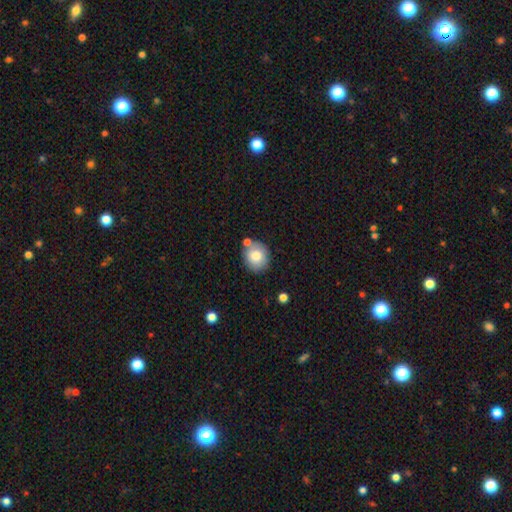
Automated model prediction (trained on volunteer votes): smooth 79%, featured or disk 12%, star or artifact 8%. Down the decision tree: how rounded — round (72%); merging — none (73%).